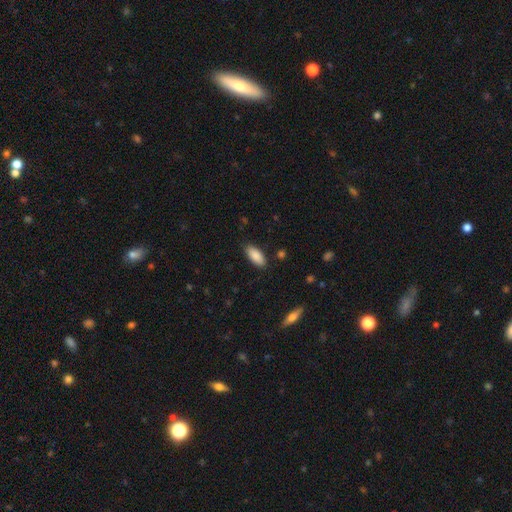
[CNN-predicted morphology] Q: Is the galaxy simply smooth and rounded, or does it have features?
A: smooth — 88%.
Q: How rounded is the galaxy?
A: in between — 85%.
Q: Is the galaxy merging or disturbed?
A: none — 85%.